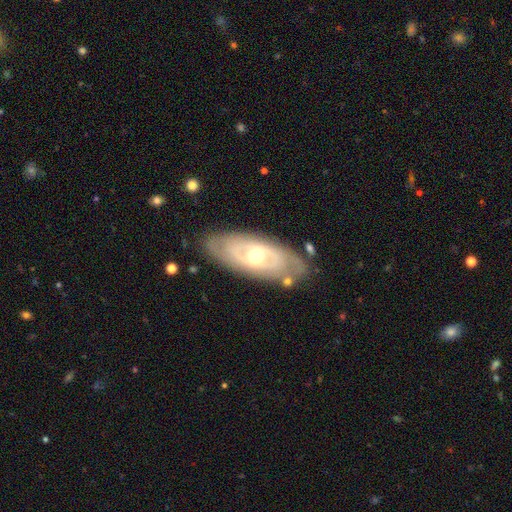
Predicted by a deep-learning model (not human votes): A featured or disk galaxy (77%) with no bar (66%), spiral arms (71%) and a moderate central bulge (55%). Merging: none (79%).